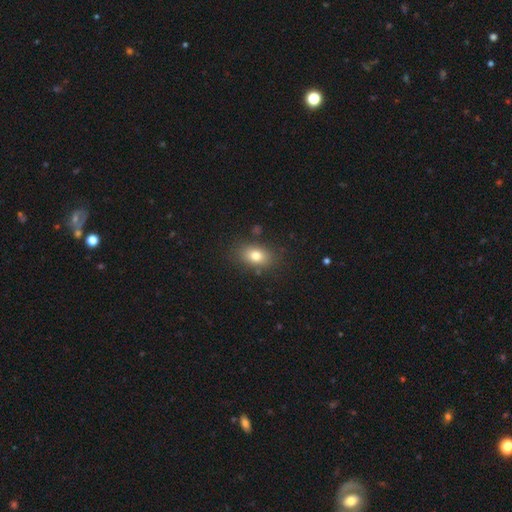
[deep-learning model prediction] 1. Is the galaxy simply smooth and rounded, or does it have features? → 79% smooth, 11% featured or disk, 10% star or artifact.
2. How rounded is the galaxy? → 79% in between, 19% round, 2% cigar-shaped.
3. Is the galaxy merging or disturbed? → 83% none, 11% minor disturbance, 4% major disturbance, 2% merger.